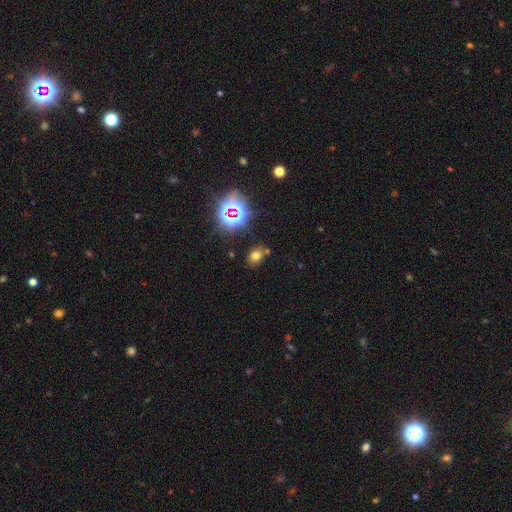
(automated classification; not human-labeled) This appears to be a smooth galaxy with no disk features (62%) that is in between round and cigar-shaped (65%). Merging: none (73%).